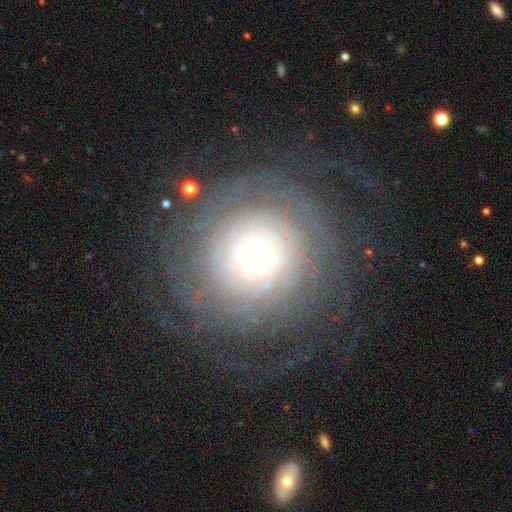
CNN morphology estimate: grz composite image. It shows a featured or disk galaxy (77%) with no bar (81%), tight (78%) spiral arms (90%) and a moderate central bulge (51%). Merging: none (77%).